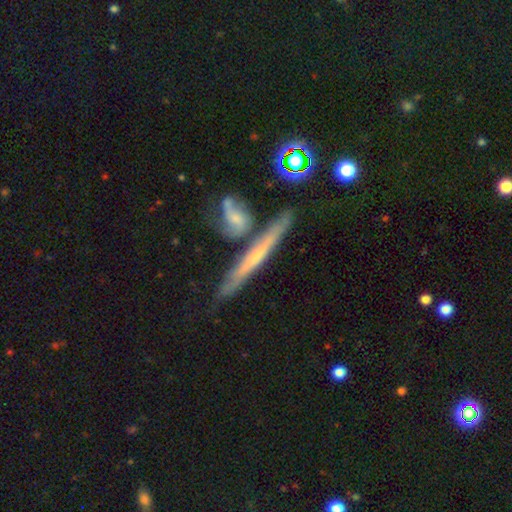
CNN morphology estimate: Smooth or featured?
  - featured or disk: 61% *
  - smooth: 30%
  - star or artifact: 9%
Edge-on disk?
  - yes: 88% *
  - no: 12%
Edge-on bulge?
  - none: 66% *
  - rounded: 27%
  - boxy: 7%
Merging?
  - none: 69% *
  - merger: 15%
  - minor disturbance: 12%
  - major disturbance: 4%